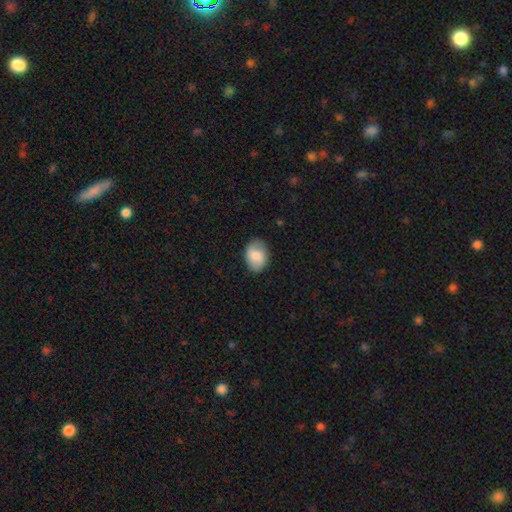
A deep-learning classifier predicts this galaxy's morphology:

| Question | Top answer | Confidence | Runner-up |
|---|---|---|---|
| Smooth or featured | smooth | 78% | featured or disk (15%) |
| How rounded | in between | 73% | round (26%) |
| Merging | none | 82% | minor disturbance (14%) |